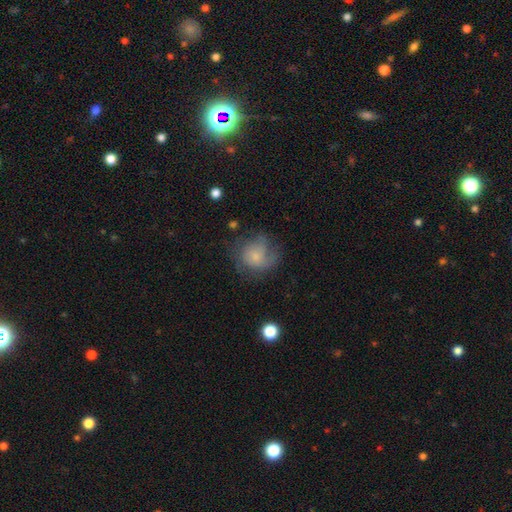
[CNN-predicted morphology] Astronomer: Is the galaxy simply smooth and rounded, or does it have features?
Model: smooth — 51% (runner-up: featured or disk, 39%).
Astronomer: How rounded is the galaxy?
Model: round — 75%.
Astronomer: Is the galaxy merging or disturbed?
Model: none — 47% (runner-up: major disturbance, 25%).